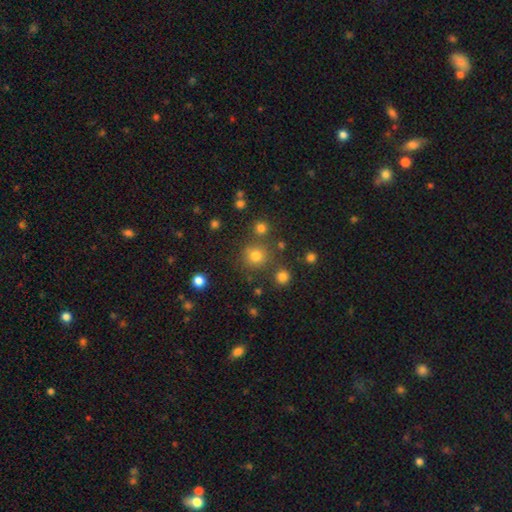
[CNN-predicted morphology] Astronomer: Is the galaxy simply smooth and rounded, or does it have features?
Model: smooth — 77%.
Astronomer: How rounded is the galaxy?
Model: round — 92%.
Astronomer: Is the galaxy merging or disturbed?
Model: none — 79%.